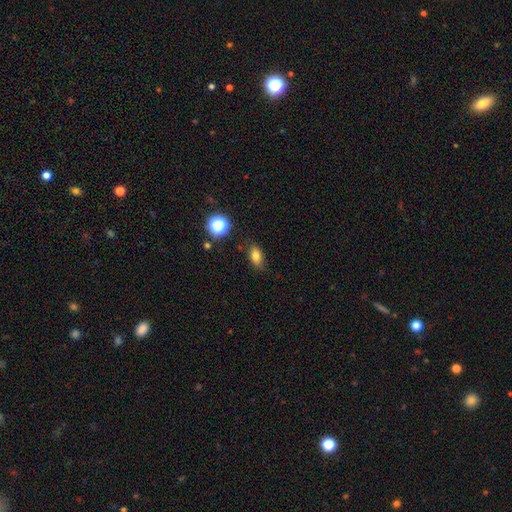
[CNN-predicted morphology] The model was most divided on "merging": none: 80%, minor disturbance: 15%, major disturbance: 3%, merger: 2%. More confident: how rounded — in between (82%); smooth or featured — smooth (79%).